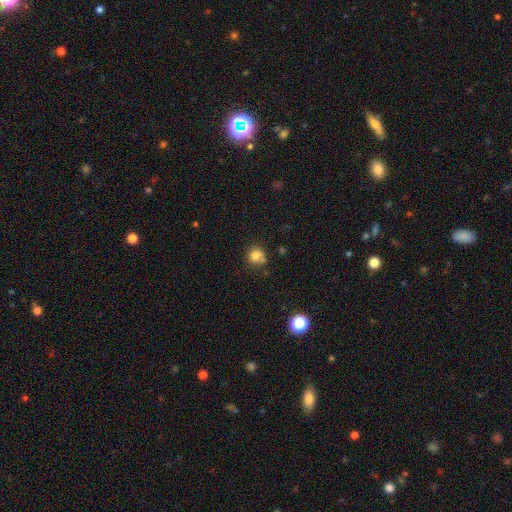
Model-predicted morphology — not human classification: A smooth galaxy with no disk features (78%) that is round (83%). Merging: none (60%).